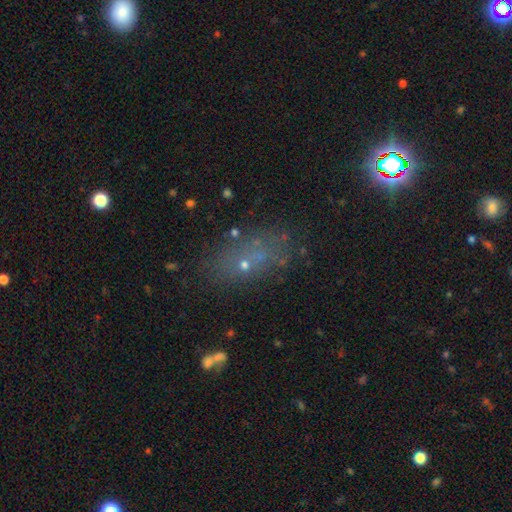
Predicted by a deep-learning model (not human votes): Q: Smooth or featured?
A: smooth (40%); runner-up: star or artifact (36%)
Q: Merging?
A: none (65%); runner-up: minor disturbance (18%)